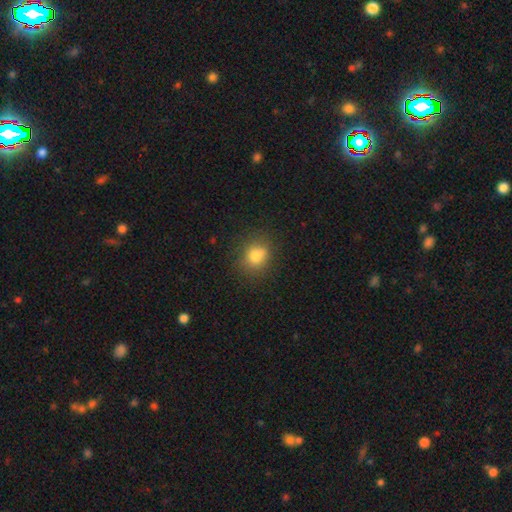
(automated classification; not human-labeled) Smooth or featured? smooth (77%)
How rounded? round (65%)
Merging? none (76%)